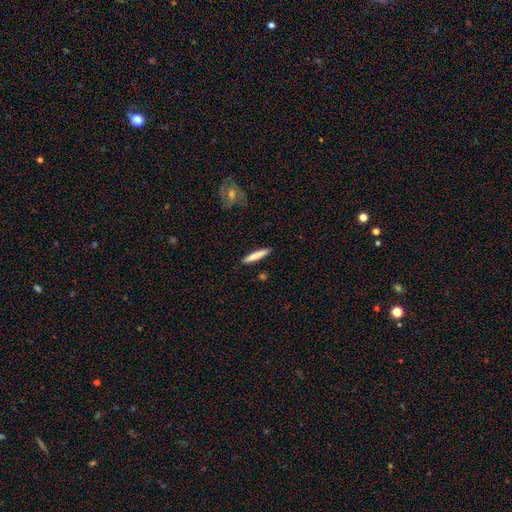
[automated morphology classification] A smooth galaxy with no disk features (78%) that is cigar-shaped (92%). Merging: none (90%).